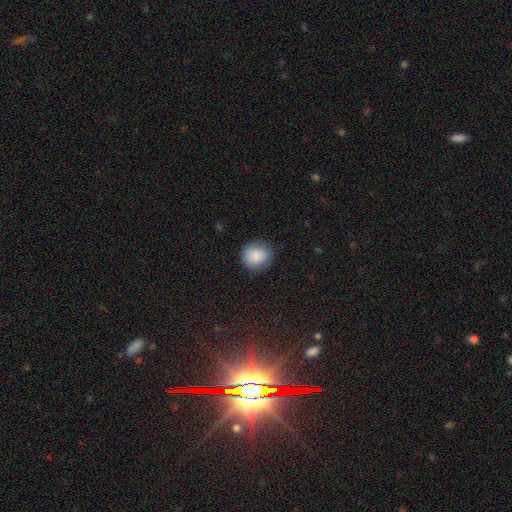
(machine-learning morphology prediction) This is clearly a smooth galaxy (84%). How rounded: clearly round (83%). Merging: likely none (78%).